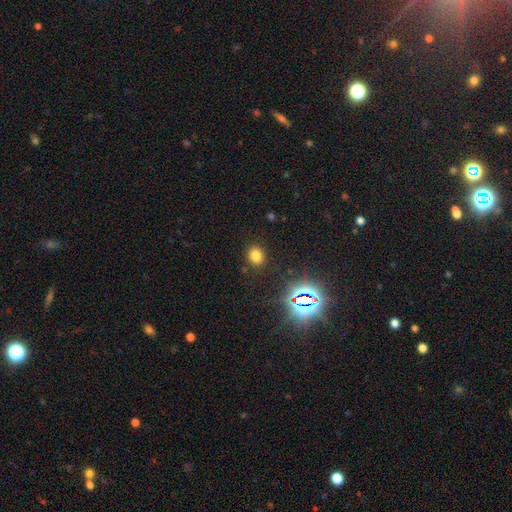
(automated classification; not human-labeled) smooth-or-featured: smooth: 73% | star or artifact: 21% | featured or disk: 6%
  how-rounded: round: 63% | in between: 36% | cigar-shaped: 1%
  merging: none: 87% | minor disturbance: 8% | major disturbance: 3% | merger: 2%